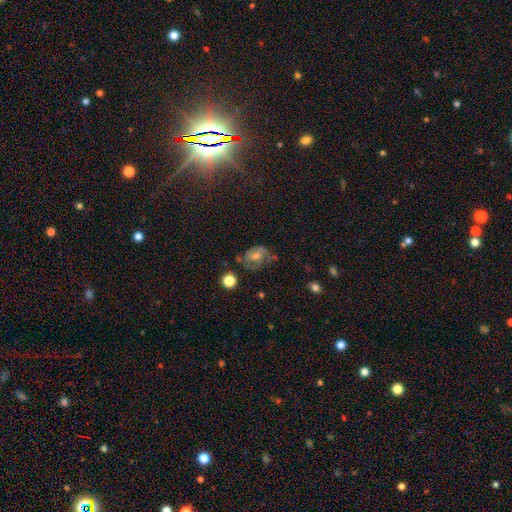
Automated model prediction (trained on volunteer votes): Smooth or featured? Predicted: featured or disk (p=0.50). Edge-on disk? Predicted: no (p=0.95). Merging? Predicted: none (p=0.57).